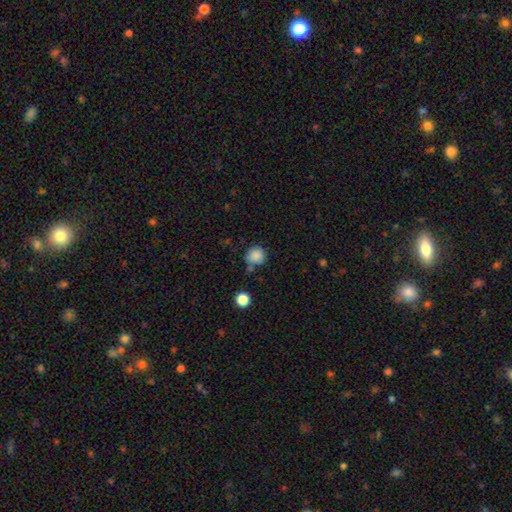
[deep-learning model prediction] A smooth galaxy with no disk features (85%) that is round (89%). Merging: none (70%).